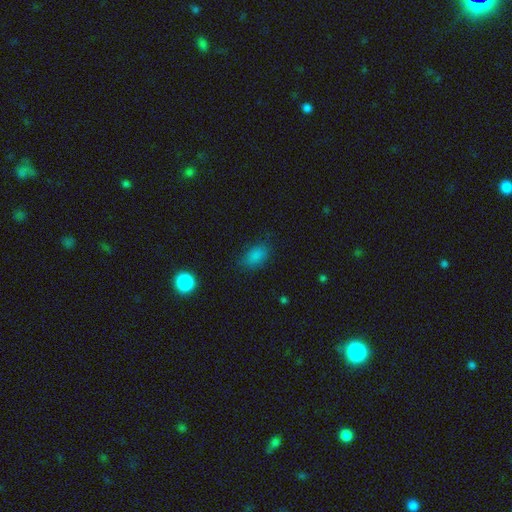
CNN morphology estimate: Smooth or featured? Predicted: smooth (p=0.83). How rounded? Predicted: in between (p=0.88). Merging? Predicted: none (p=0.76).